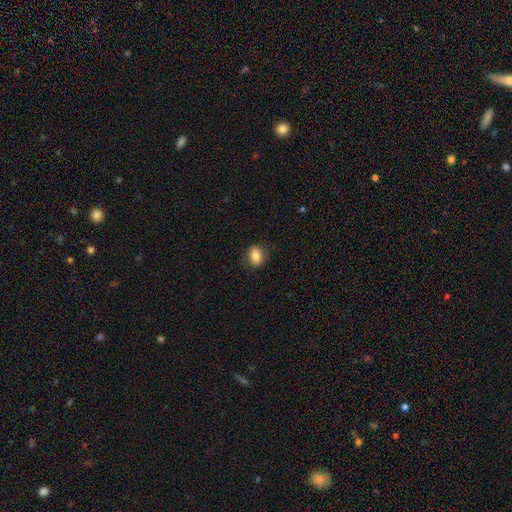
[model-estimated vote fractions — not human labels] Overall: smooth (82%). How rounded: in between (68%; round 30%). Merging: none (84%).